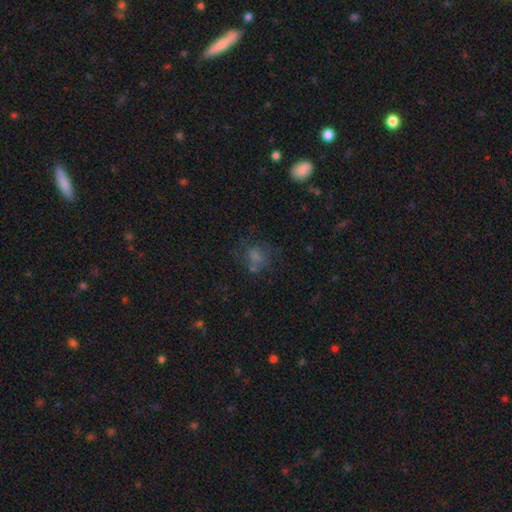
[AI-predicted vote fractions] Morphology: type=smooth (45%); merging=none (58%).